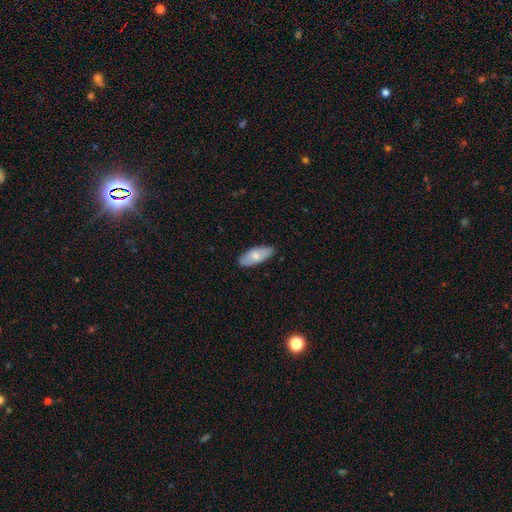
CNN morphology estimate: A smooth galaxy with no disk features (71%) that is in between round and cigar-shaped (86%).

Vote fractions:
- Smooth or featured? smooth: 71% / featured or disk: 23% / star or artifact: 6%
- How rounded? in between: 86% / cigar-shaped: 12% / round: 2%
- Merging? none: 85% / minor disturbance: 12% / major disturbance: 2% / merger: 1%